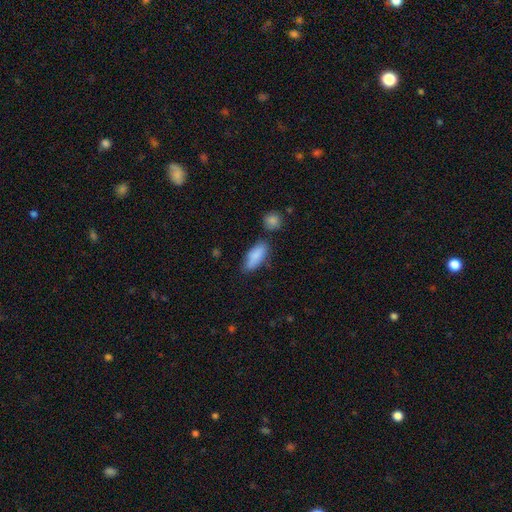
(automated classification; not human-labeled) Smooth or featured: smooth — 87% (featured or disk — 7%)
How rounded: in between — 79% (cigar-shaped — 19%)
Merging: none — 68% (minor disturbance — 20%)